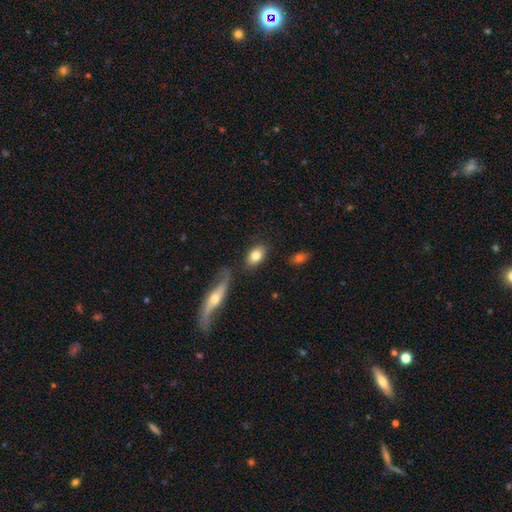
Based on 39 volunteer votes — Overall: smooth (69%). How rounded: in between (100%). Merging: none (81%).